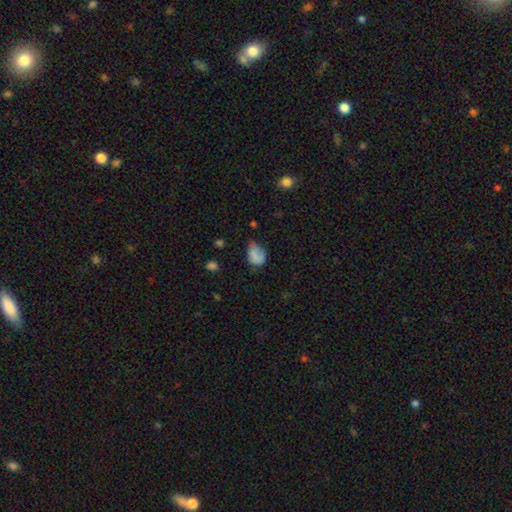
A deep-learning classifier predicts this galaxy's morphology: Smooth or featured? Predicted: smooth (p=0.74). How rounded? Predicted: in between (p=0.73). Merging? Predicted: minor disturbance (p=0.39).